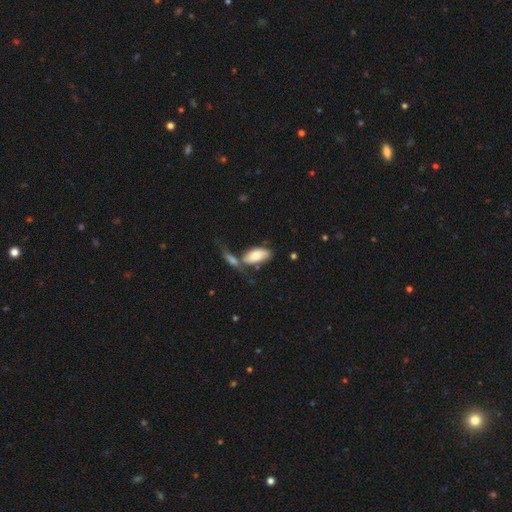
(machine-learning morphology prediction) Q: Smooth or featured?
A: smooth (76%); runner-up: featured or disk (17%)
Q: How rounded?
A: in between (92%); runner-up: cigar-shaped (6%)
Q: Merging?
A: merger (44%); runner-up: none (28%)